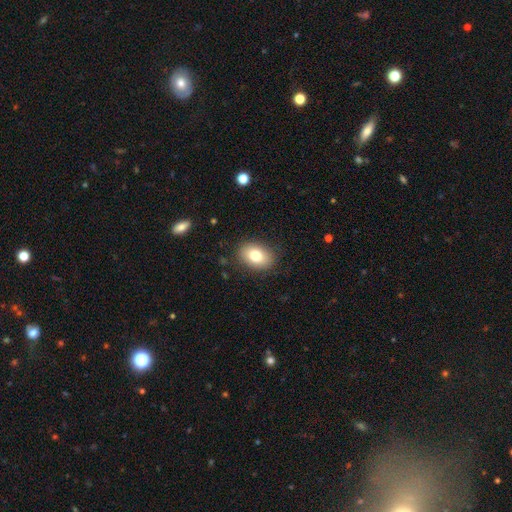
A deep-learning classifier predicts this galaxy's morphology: The model was most divided on "how rounded": in between: 77%, round: 22%, cigar-shaped: 1%. More confident: merging — none (86%); smooth or featured — smooth (78%).